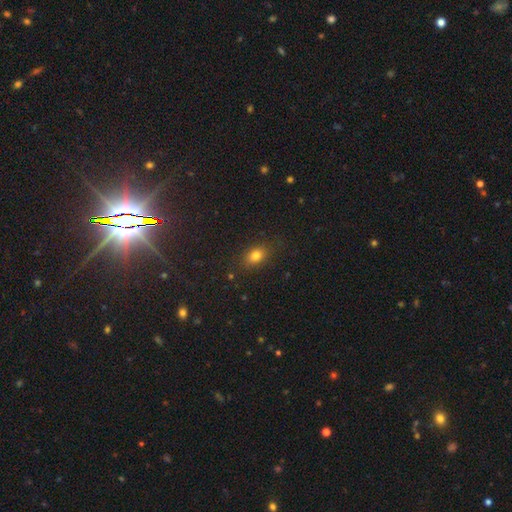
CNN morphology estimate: smooth 79%, star or artifact 13%, featured or disk 8%. Down the decision tree: how rounded — in between (70%); merging — none (83%).